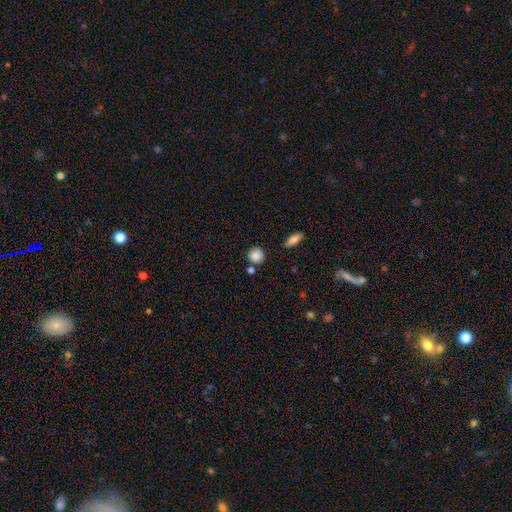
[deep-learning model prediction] Smooth or featured? smooth (87%)
How rounded? round (89%)
Merging? none (78%)